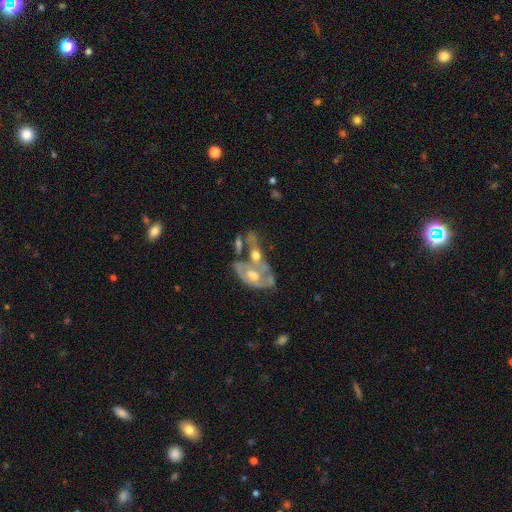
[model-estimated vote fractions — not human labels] featured or disk 52%, smooth 25%, star or artifact 24%. Down the decision tree: edge-on disk — no (89%); merging — merger (43%).